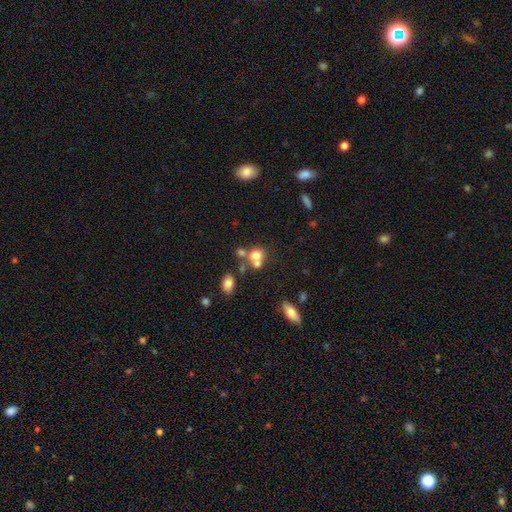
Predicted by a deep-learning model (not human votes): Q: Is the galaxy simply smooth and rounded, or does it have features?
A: smooth — 70%.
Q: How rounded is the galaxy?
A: round — 70%.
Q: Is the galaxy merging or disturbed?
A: merger — 51%.